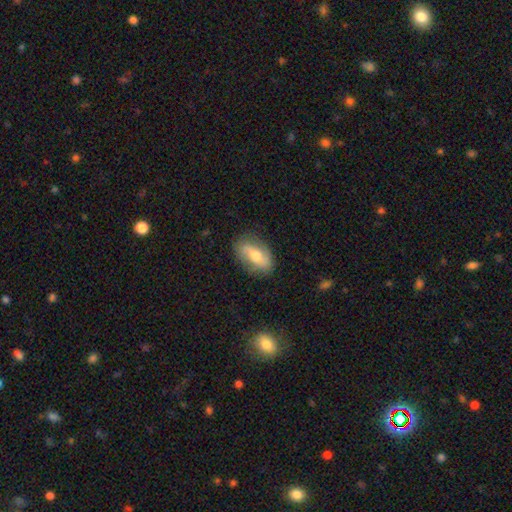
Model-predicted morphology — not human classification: Overall: smooth (47%; featured or disk 46%). Merging: none (80%).